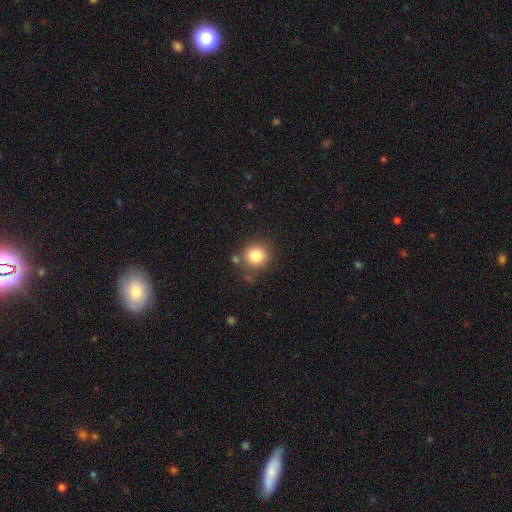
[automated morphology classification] smooth 82%, star or artifact 11%, featured or disk 7%. Down the decision tree: how rounded — round (90%); merging — none (79%).